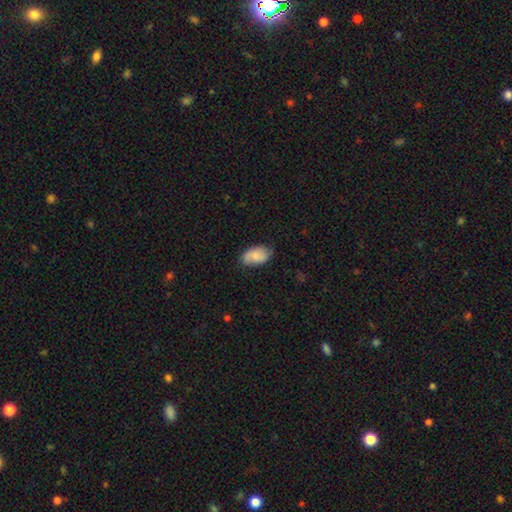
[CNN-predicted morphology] Smooth or featured?
  - smooth: 77% *
  - featured or disk: 16%
  - star or artifact: 7%
How rounded?
  - in between: 93% *
  - round: 5%
  - cigar-shaped: 2%
Merging?
  - none: 73% *
  - minor disturbance: 22%
  - major disturbance: 4%
  - merger: 1%